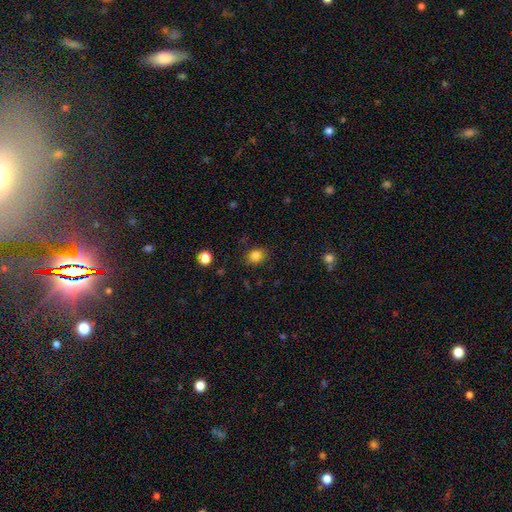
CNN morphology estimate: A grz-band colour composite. It shows a smooth galaxy with no disk features (84%) that is round (57%). Merging: none (82%).